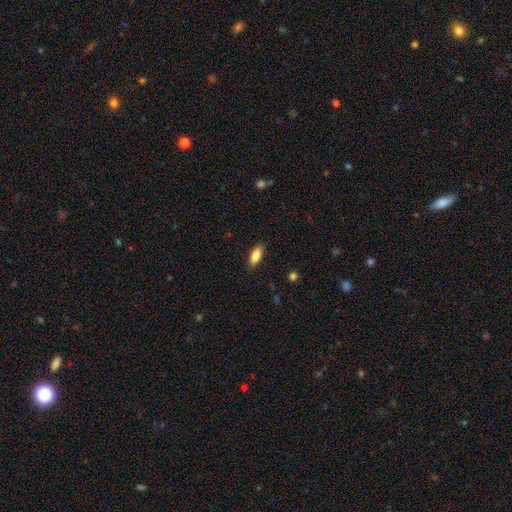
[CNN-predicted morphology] Smooth or featured? smooth (85%)
How rounded? in between (74%)
Merging? none (87%)